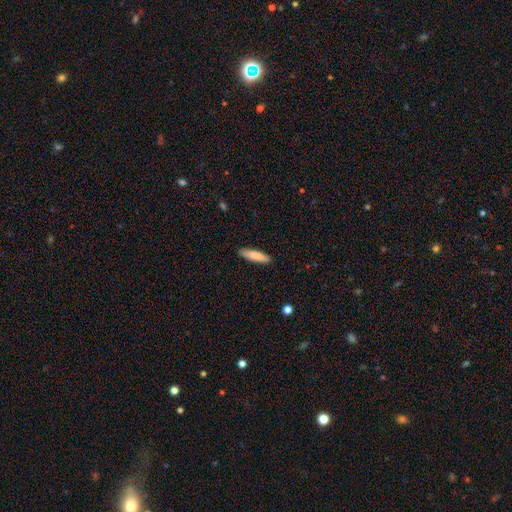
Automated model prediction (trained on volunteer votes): This is clearly a smooth galaxy (85%). How rounded: likely cigar-shaped (75%). Merging: clearly none (89%).